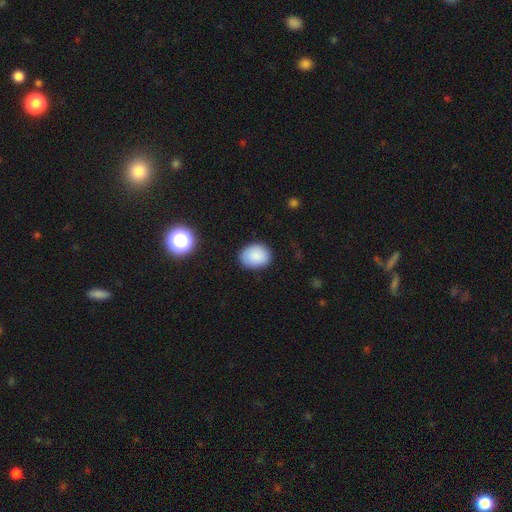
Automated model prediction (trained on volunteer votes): Overall: smooth (88%). How rounded: in between (57%; round 43%). Merging: none (85%).